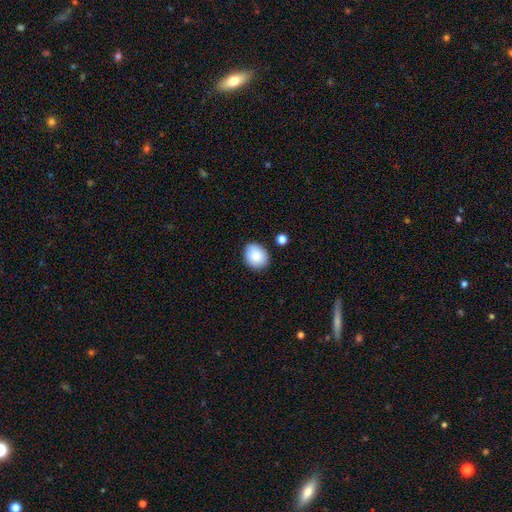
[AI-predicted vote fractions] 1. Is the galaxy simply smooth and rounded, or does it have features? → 88% smooth, 8% star or artifact, 4% featured or disk.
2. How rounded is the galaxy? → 60% round, 39% in between, 1% cigar-shaped.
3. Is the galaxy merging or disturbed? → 85% none, 10% minor disturbance, 3% merger, 2% major disturbance.